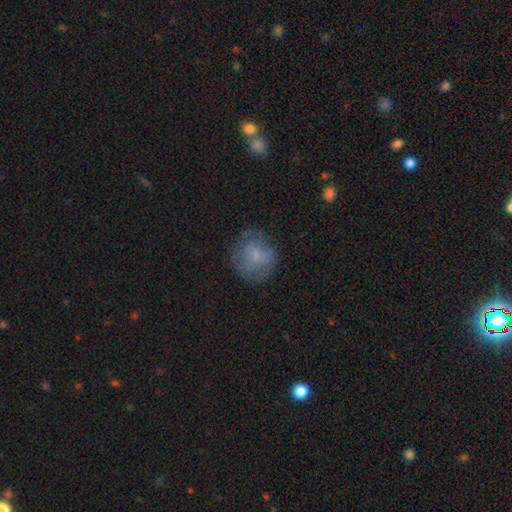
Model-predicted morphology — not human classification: Smooth or featured? Predicted: smooth (p=0.62). How rounded? Predicted: round (p=0.79). Merging? Predicted: none (p=0.66).